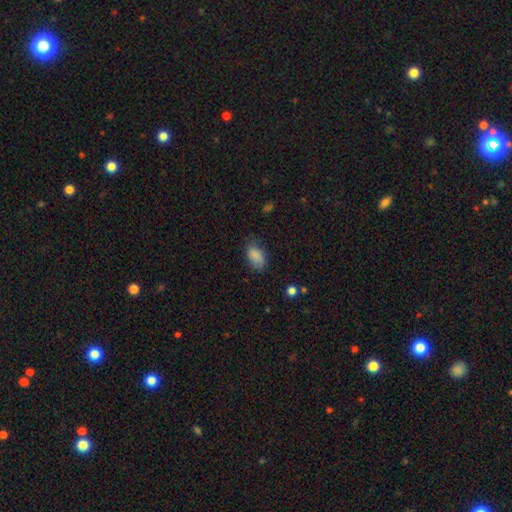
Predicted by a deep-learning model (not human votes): A smooth galaxy with no disk features (86%) that is in between round and cigar-shaped (89%). Merging: none (68%).